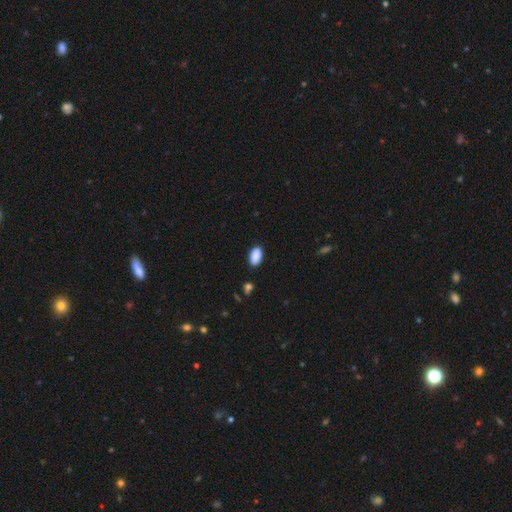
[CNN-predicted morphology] Overall: smooth (90%). How rounded: in between (94%). Merging: none (85%).